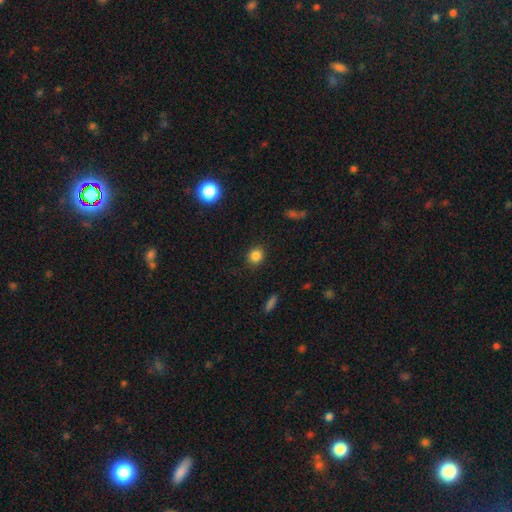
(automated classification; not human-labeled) Q: Smooth or featured?
A: smooth (85%); runner-up: star or artifact (11%)
Q: How rounded?
A: round (77%); runner-up: in between (22%)
Q: Merging?
A: none (88%); runner-up: minor disturbance (8%)